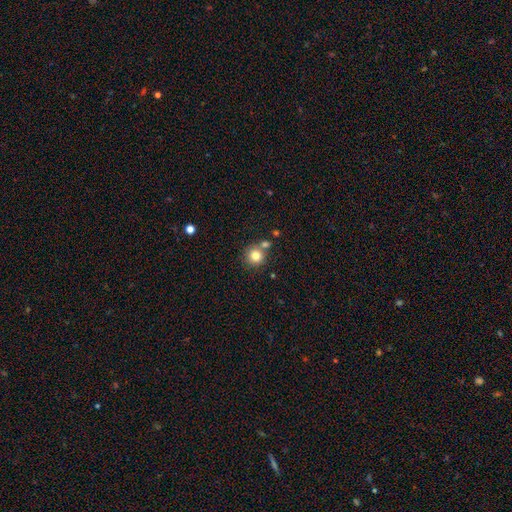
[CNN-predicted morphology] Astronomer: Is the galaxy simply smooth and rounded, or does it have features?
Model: smooth — 81%.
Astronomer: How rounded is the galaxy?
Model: round — 92%.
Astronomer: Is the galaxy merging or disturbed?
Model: none — 66%.